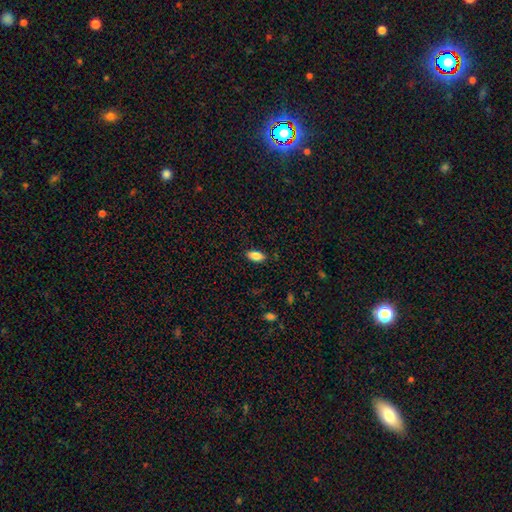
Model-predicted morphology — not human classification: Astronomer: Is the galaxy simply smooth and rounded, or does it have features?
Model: smooth — 84%.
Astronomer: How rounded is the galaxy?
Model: in between — 90%.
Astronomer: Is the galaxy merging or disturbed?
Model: none — 87%.